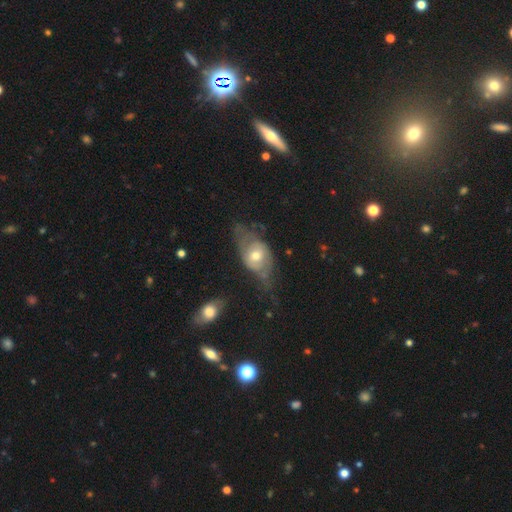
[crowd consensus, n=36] Smooth or featured? featured or disk (67%)
Edge-on disk? no (88%)
Bar? no (67%)
Spiral arms? yes (76%)
Spiral winding? medium (50%)
Spiral arm count? 2 (62%)
Bulge size? moderate (67%)
Merging? major disturbance (51%)